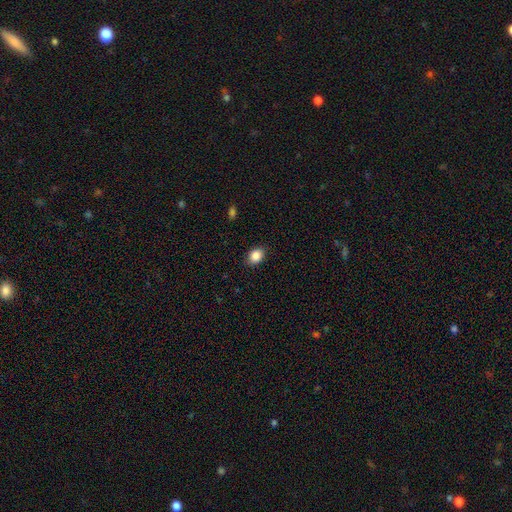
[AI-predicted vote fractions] Morphology: type=smooth (87%); roundness=in between (67%); merging=none (87%).